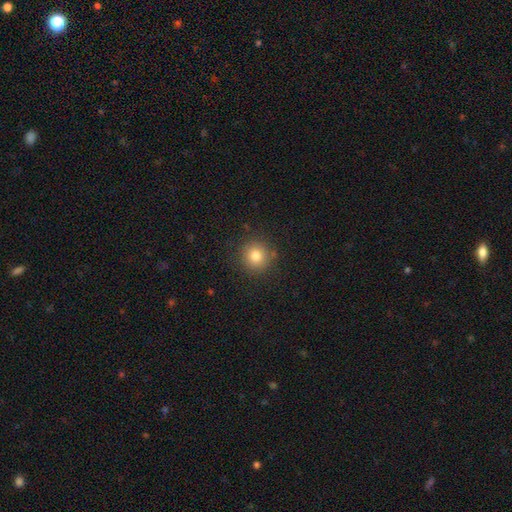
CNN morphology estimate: Smooth or featured? smooth (81%)
How rounded? round (93%)
Merging? none (87%)